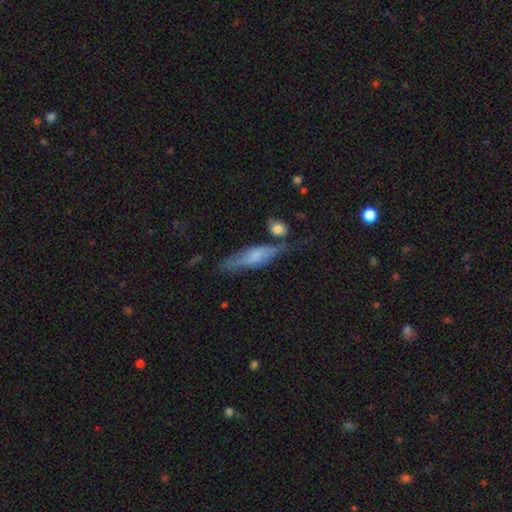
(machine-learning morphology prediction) A smooth galaxy with no disk features (51%) that is cigar-shaped (62%).

Vote fractions:
- Smooth or featured? smooth: 51% / featured or disk: 41% / star or artifact: 8%
- How rounded? cigar-shaped: 62% / in between: 35% / round: 3%
- Merging? none: 51% / minor disturbance: 26% / major disturbance: 12% / merger: 11%